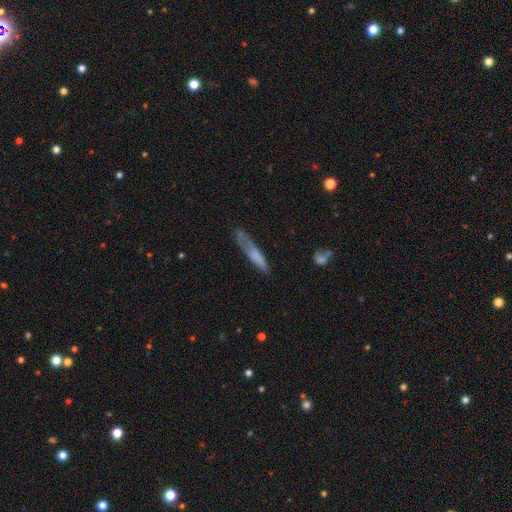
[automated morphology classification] This appears to be a smooth galaxy with no disk features (65%) that is cigar-shaped (86%). Merging: none (50%).